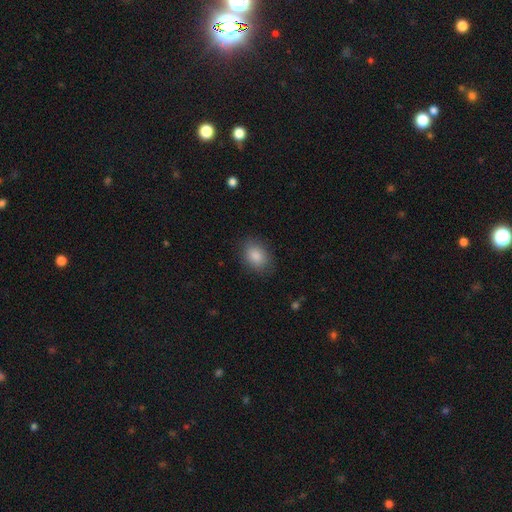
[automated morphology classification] The model was most divided on "how rounded": in between: 68%, round: 31%, cigar-shaped: 1%. More confident: smooth or featured — smooth (87%); merging — none (84%).